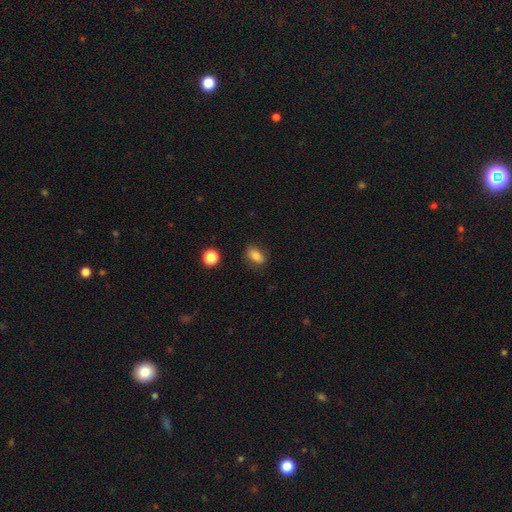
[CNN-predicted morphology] A smooth galaxy with no disk features (81%) that is in between round and cigar-shaped (82%). Merging: none (80%).